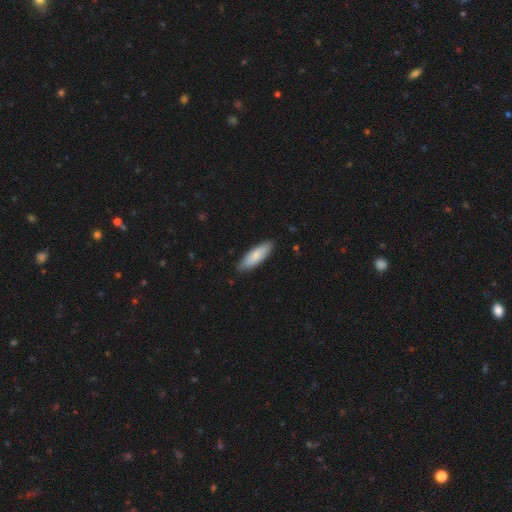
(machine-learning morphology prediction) Smooth or featured? Predicted: smooth (p=0.78). How rounded? Predicted: in between (p=0.54). Merging? Predicted: none (p=0.85).